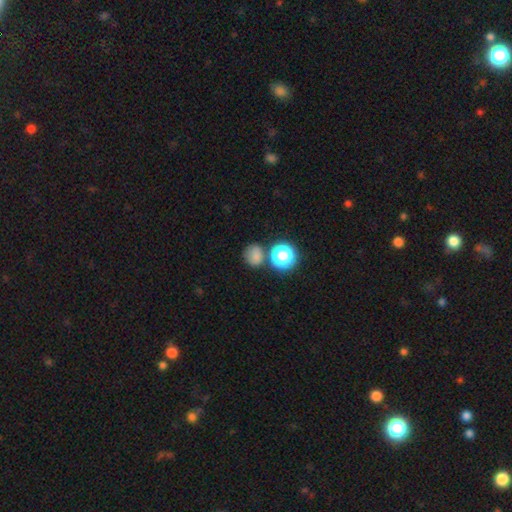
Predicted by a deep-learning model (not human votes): Smooth or featured: smooth — 74% (star or artifact — 19%)
How rounded: round — 72% (in between — 27%)
Merging: none — 62% (merger — 17%)